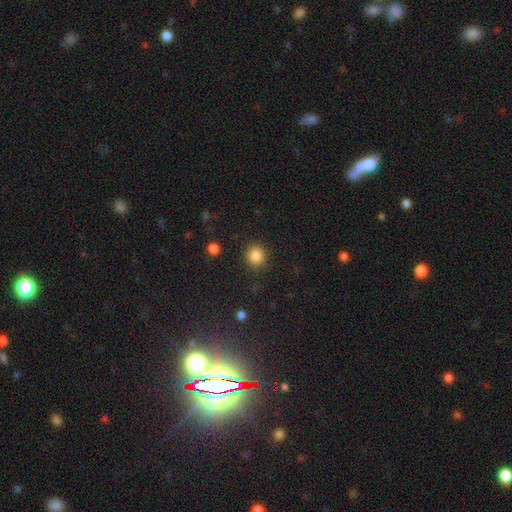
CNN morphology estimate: A smooth galaxy with no disk features (85%) that is round (90%).

Vote fractions:
- Smooth or featured? smooth: 85% / star or artifact: 11% / featured or disk: 4%
- How rounded? round: 90% / in between: 9% / cigar-shaped: 1%
- Merging? none: 90% / minor disturbance: 6% / major disturbance: 2% / merger: 1%